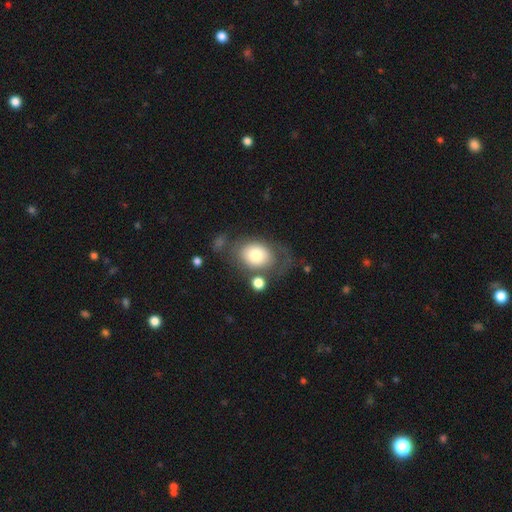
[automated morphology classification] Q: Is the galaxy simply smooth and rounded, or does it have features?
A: smooth — 68%.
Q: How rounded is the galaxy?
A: in between — 66%.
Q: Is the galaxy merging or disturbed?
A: none — 49%.